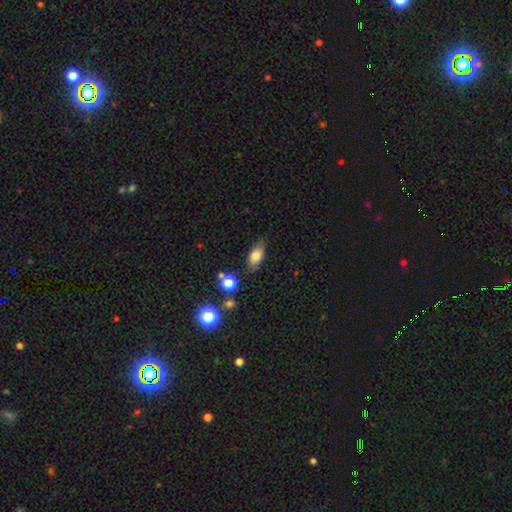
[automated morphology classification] Smooth or featured?
  - smooth: 76% *
  - featured or disk: 15%
  - star or artifact: 9%
How rounded?
  - in between: 82% *
  - cigar-shaped: 10%
  - round: 7%
Merging?
  - none: 74% *
  - minor disturbance: 18%
  - major disturbance: 5%
  - merger: 3%